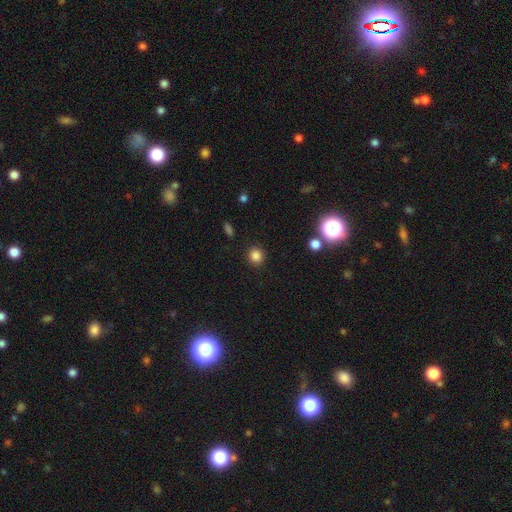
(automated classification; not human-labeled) Smooth or featured: smooth — 83% (star or artifact — 13%)
How rounded: round — 89% (in between — 10%)
Merging: none — 90% (minor disturbance — 6%)